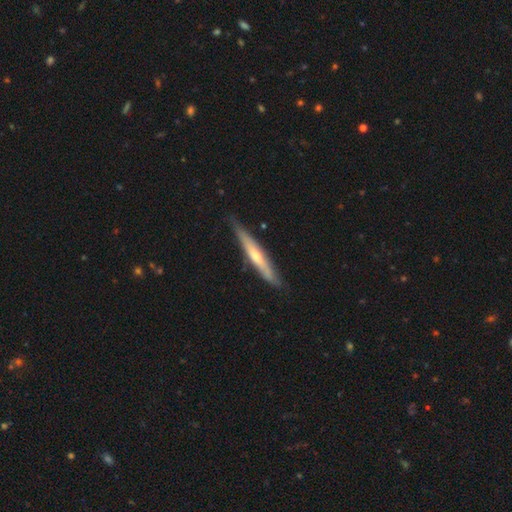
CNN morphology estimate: Smooth or featured?
  - featured or disk: 57% *
  - smooth: 38%
  - star or artifact: 5%
Edge-on disk?
  - yes: 92% *
  - no: 8%
Edge-on bulge?
  - rounded: 68% *
  - none: 28%
  - boxy: 5%
Merging?
  - none: 82% *
  - minor disturbance: 15%
  - major disturbance: 2%
  - merger: 1%